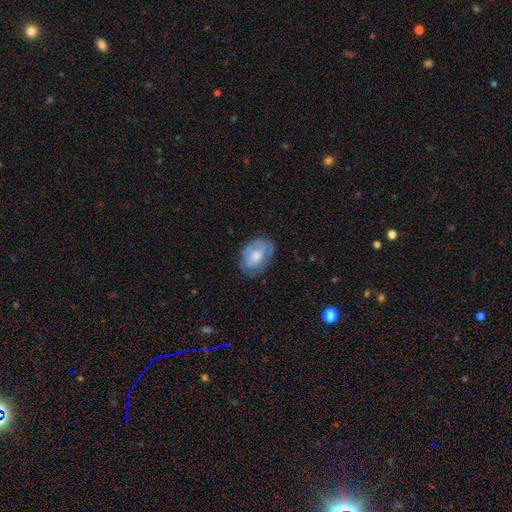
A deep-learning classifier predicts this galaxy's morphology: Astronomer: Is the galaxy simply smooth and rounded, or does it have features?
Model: smooth — 52% (runner-up: featured or disk, 41%).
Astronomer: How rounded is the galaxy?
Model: in between — 80%.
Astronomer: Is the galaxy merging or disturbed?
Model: none — 60%.